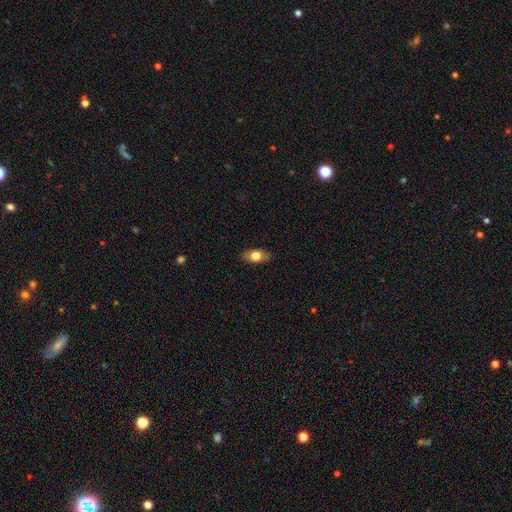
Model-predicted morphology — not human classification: smooth 72%, featured or disk 21%, star or artifact 7%. Down the decision tree: how rounded — in between (86%); merging — none (86%).